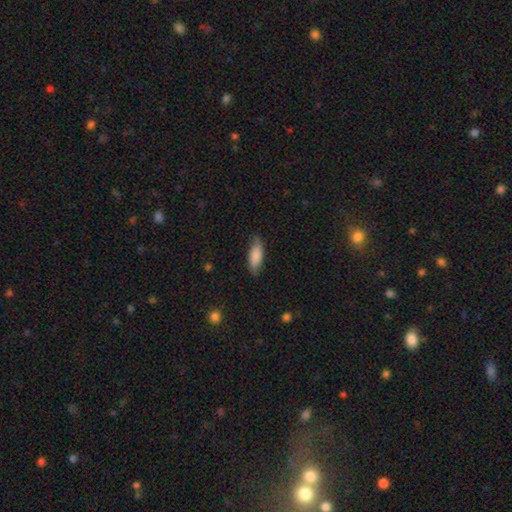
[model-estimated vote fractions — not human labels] The model was most divided on "how rounded": in between: 72%, cigar-shaped: 26%, round: 2%. More confident: smooth or featured — smooth (84%); merging — none (79%).